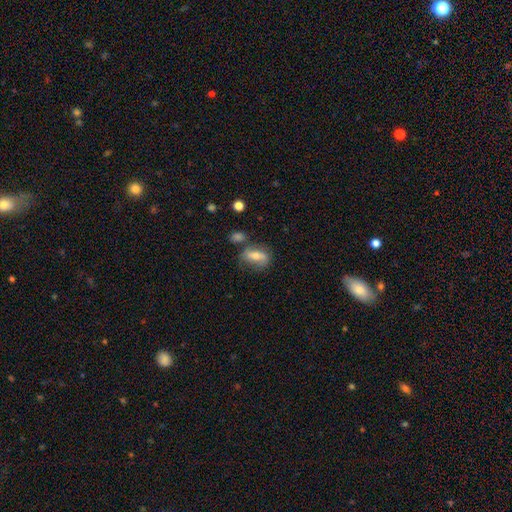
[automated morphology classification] A smooth galaxy with no disk features (54%) that is in between round and cigar-shaped (76%). Merging: none (58%).